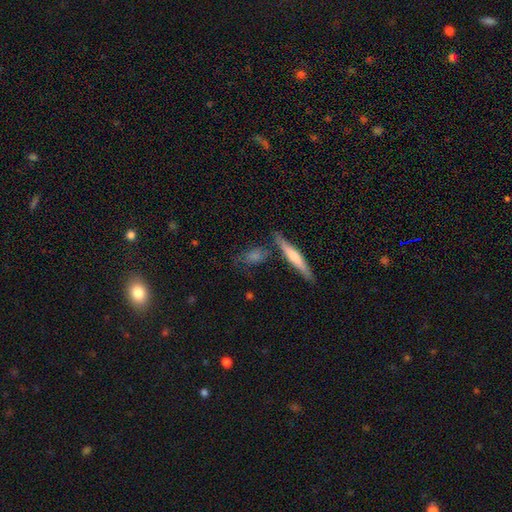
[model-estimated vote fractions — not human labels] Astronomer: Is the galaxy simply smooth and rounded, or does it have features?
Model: smooth — 49% (runner-up: featured or disk, 40%).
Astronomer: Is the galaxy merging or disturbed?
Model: none — 69%.